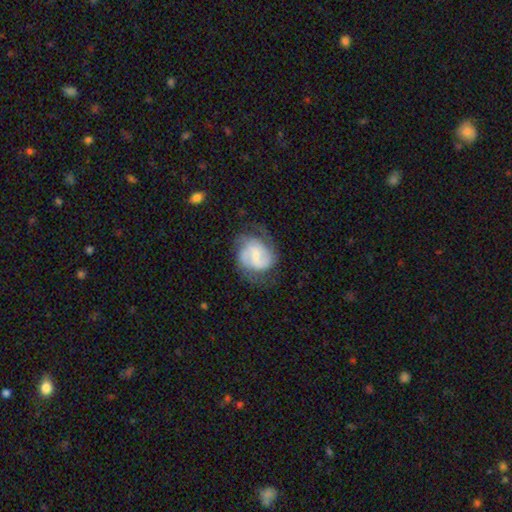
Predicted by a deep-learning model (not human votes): This appears to be a featured or disk galaxy (75%) with a weak bar (53%), 2 (67%) medium (49%) spiral arms (93%) and a small central bulge (59%). Merging: none (62%).